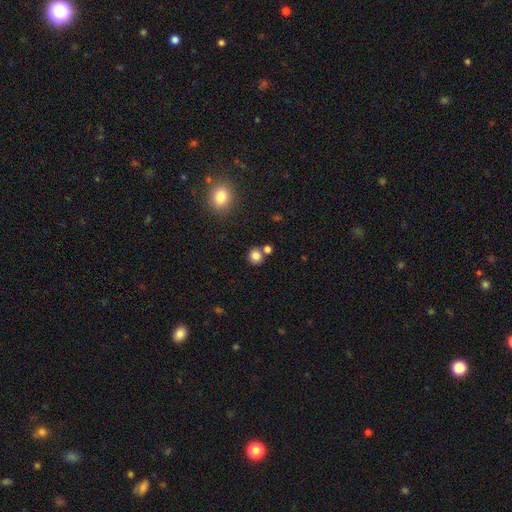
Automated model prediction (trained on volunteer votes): Smooth or featured? Predicted: smooth (p=0.82). How rounded? Predicted: round (p=0.85). Merging? Predicted: none (p=0.73).